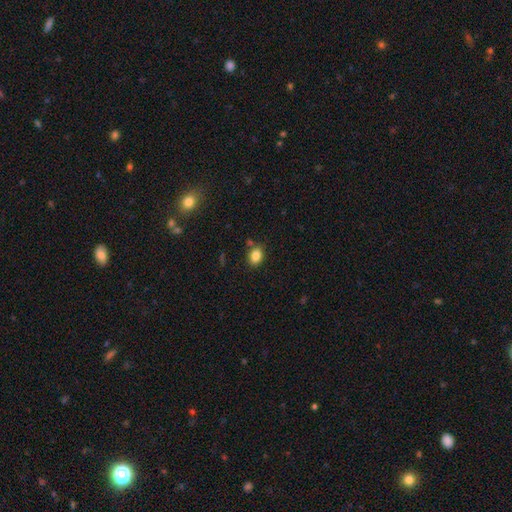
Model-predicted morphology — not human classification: This is clearly a smooth galaxy (84%). How rounded: likely in between (71%). Merging: likely none (80%).